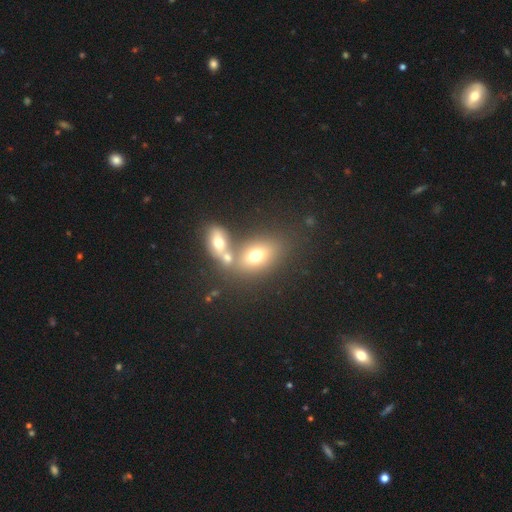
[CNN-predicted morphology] This is likely a smooth galaxy (68%). How rounded: likely in between (76%). Merging: marginally none (43%).